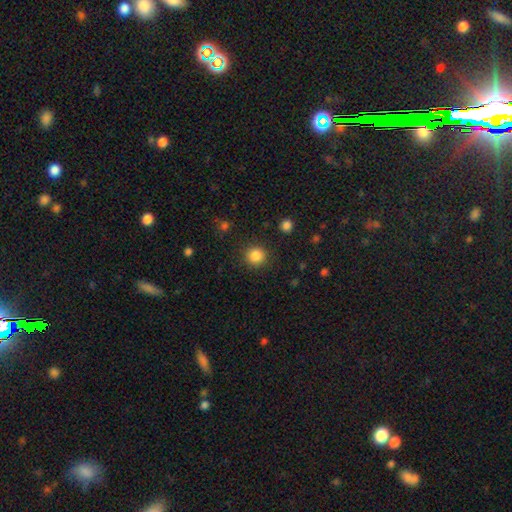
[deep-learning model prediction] smooth-or-featured: smooth: 85% | star or artifact: 11% | featured or disk: 4%
  how-rounded: round: 93% | in between: 6% | cigar-shaped: 1%
  merging: none: 90% | minor disturbance: 6% | major disturbance: 3% | merger: 1%